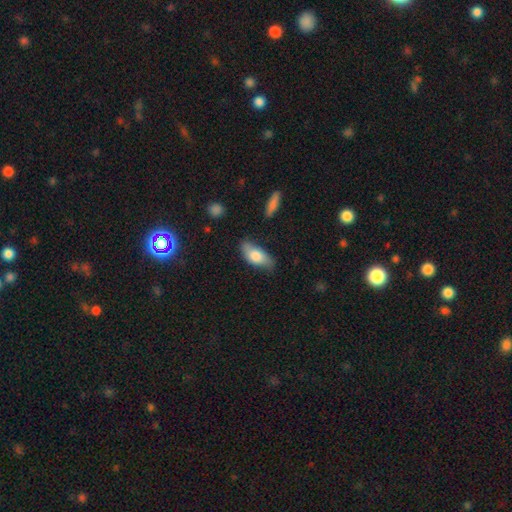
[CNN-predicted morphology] The model was most divided on "merging": none: 68%, minor disturbance: 24%, major disturbance: 5%, merger: 3%. More confident: how rounded — in between (86%); smooth or featured — smooth (78%).